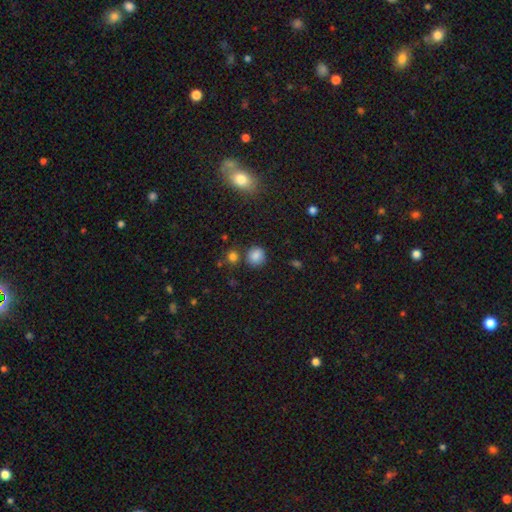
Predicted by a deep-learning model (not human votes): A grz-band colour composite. It shows a smooth galaxy with no disk features (84%) that is round (85%). Merging: none (79%).